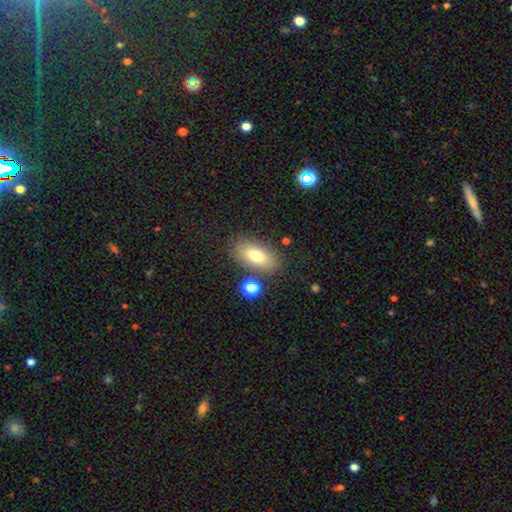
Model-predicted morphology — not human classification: The model was most divided on "smooth or featured": smooth: 76%, featured or disk: 15%, star or artifact: 9%. More confident: how rounded — in between (89%); merging — none (80%).